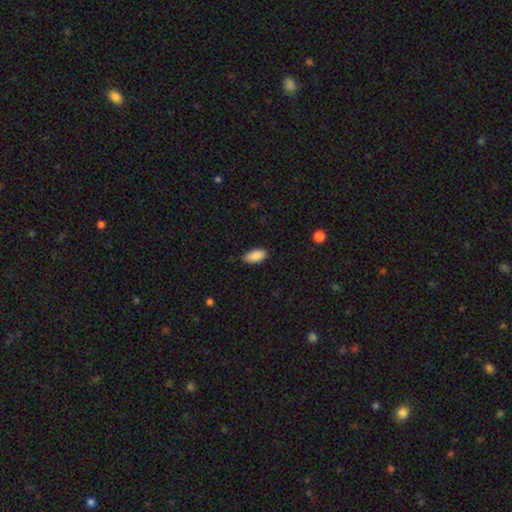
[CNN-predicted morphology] Q: Smooth or featured?
A: smooth (89%); runner-up: star or artifact (7%)
Q: How rounded?
A: in between (92%); runner-up: cigar-shaped (5%)
Q: Merging?
A: none (82%); runner-up: minor disturbance (15%)